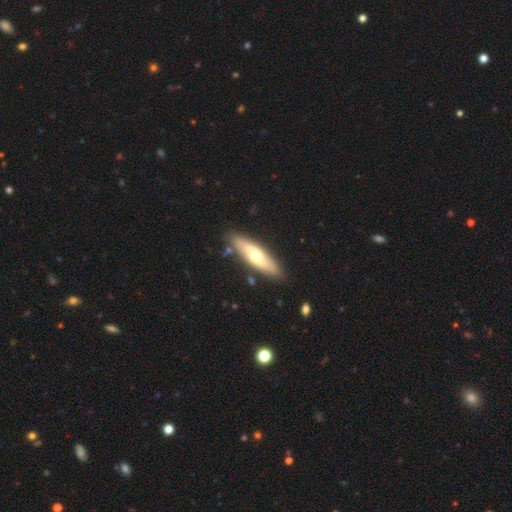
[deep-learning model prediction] Smooth or featured? smooth (49%)
Merging? none (84%)